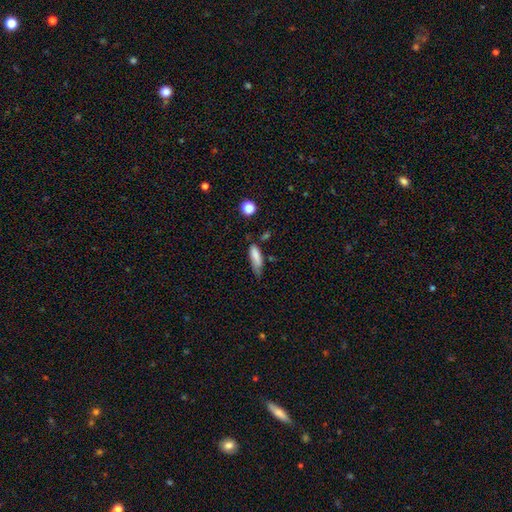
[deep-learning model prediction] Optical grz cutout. It shows a smooth galaxy with no disk features (81%) that is in between round and cigar-shaped (53%). Merging: minor disturbance (41%).